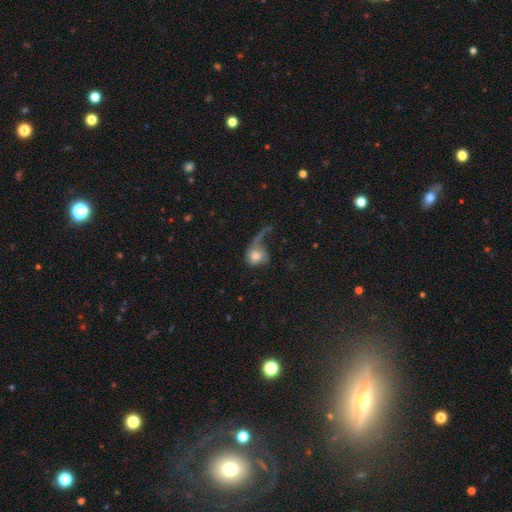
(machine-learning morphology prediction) Overall: smooth (59%; featured or disk 33%). How rounded: round (70%). Merging: major disturbance (59%; none 21%).